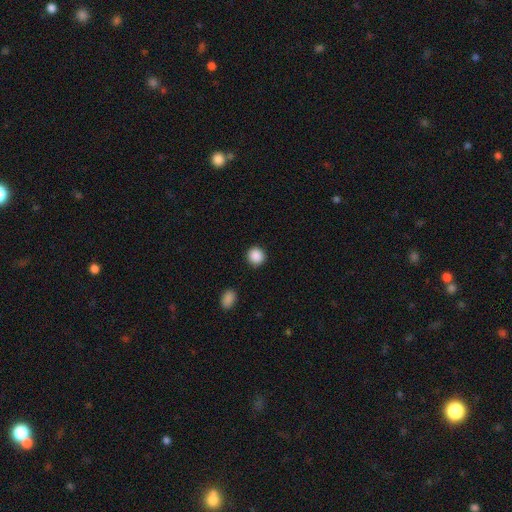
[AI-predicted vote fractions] smooth 89%, star or artifact 9%, featured or disk 3%. Down the decision tree: how rounded — round (91%); merging — none (91%).